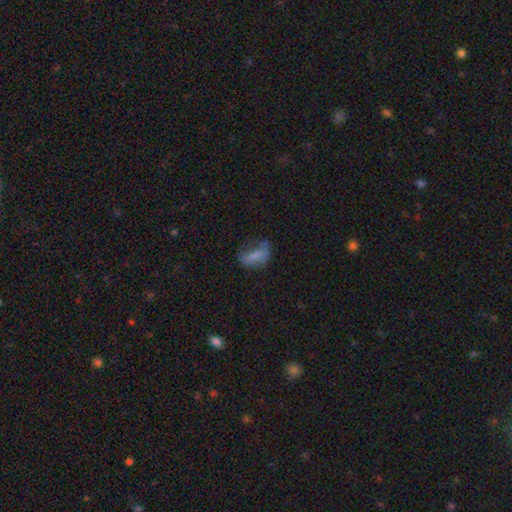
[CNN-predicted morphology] Smooth or featured: smooth — 64% (featured or disk — 24%)
How rounded: in between — 80% (cigar-shaped — 11%)
Merging: none — 38% (minor disturbance — 29%)